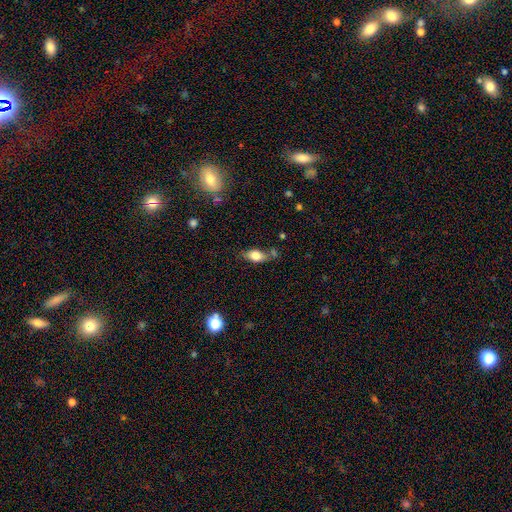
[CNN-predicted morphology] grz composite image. It shows a smooth galaxy with no disk features (76%) that is in between round and cigar-shaped (84%). Merging: none (64%).